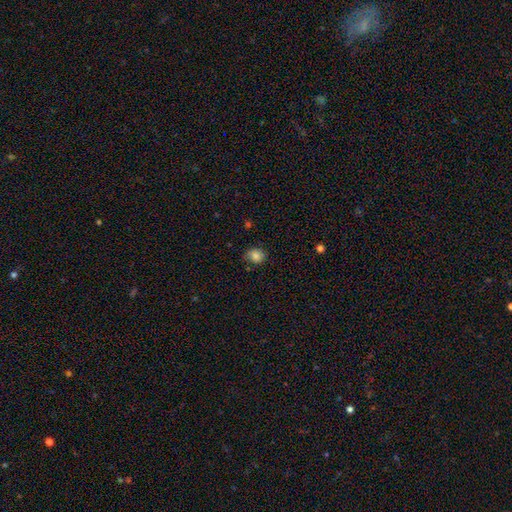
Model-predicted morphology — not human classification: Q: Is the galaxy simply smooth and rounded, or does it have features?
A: smooth — 81%.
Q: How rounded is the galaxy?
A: round — 64%.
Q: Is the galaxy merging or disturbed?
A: none — 69%.